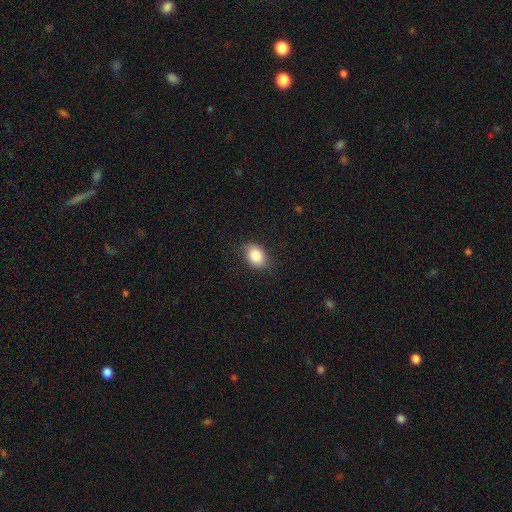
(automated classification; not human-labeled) smooth 86%, star or artifact 8%, featured or disk 6%. Down the decision tree: how rounded — in between (76%); merging — none (80%).